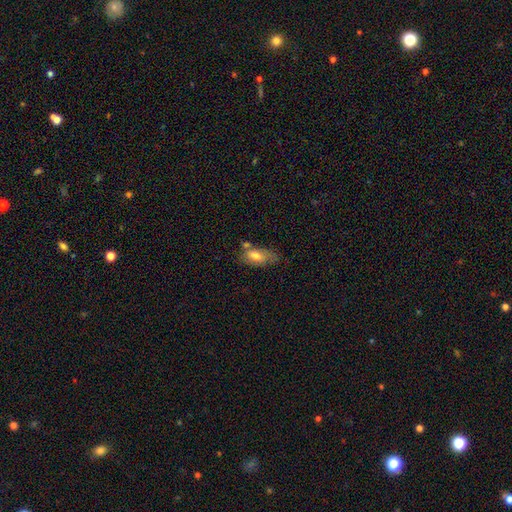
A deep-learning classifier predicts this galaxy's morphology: A smooth galaxy with no disk features (71%) that is in between round and cigar-shaped (86%). Merging: none (45%).